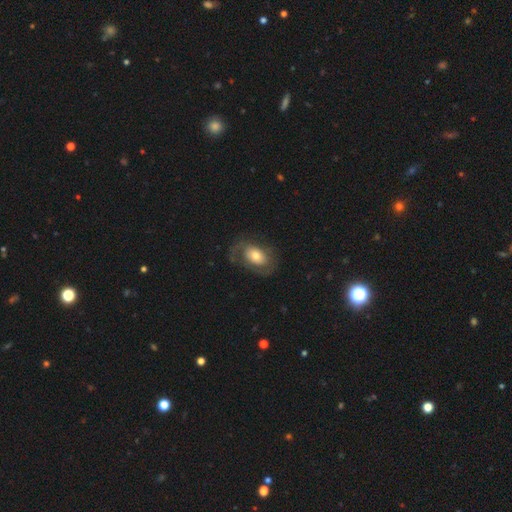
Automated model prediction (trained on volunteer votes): featured or disk 49%, smooth 45%, star or artifact 6%. Down the decision tree: merging — none (60%).